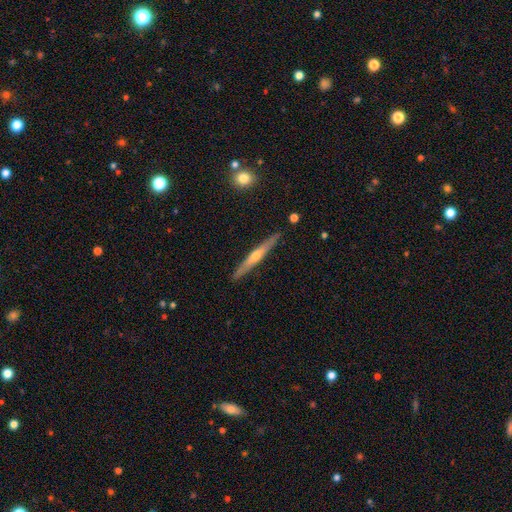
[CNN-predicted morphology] featured or disk 66%, smooth 28%, star or artifact 6%. Down the decision tree: edge-on disk — yes (97%); edge-on bulge — rounded (77%); merging — none (90%).